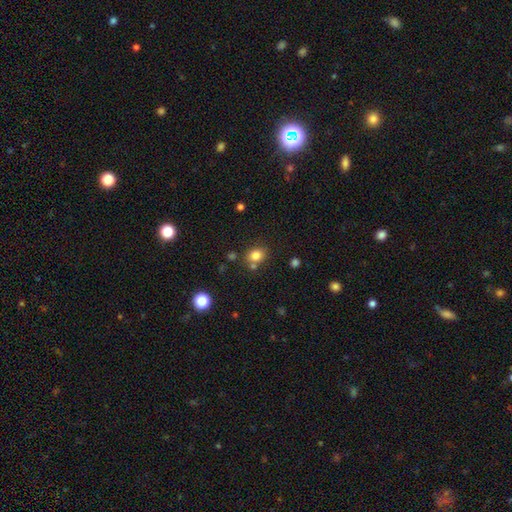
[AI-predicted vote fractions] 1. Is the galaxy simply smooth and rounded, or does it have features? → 80% smooth, 12% star or artifact, 7% featured or disk.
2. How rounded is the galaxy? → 62% round, 37% in between, 1% cigar-shaped.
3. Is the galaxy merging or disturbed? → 68% none, 16% merger, 12% minor disturbance, 4% major disturbance.